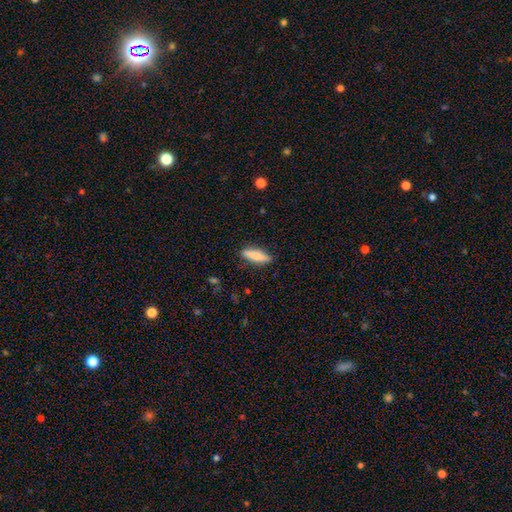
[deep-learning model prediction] This is likely a smooth galaxy (72%). How rounded: likely cigar-shaped (65%). Merging: clearly none (86%).